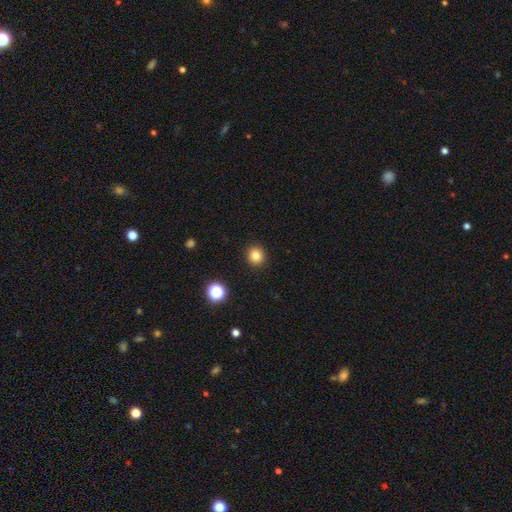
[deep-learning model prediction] Smooth or featured?
  - smooth: 82% *
  - star or artifact: 12%
  - featured or disk: 5%
How rounded?
  - round: 90% *
  - in between: 9%
  - cigar-shaped: 1%
Merging?
  - none: 92% *
  - minor disturbance: 5%
  - major disturbance: 2%
  - merger: 1%